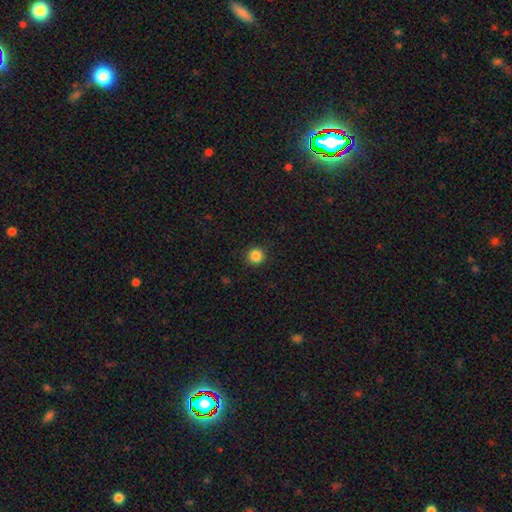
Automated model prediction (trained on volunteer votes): This is clearly a smooth galaxy (86%). How rounded: clearly round (95%). Merging: clearly none (92%).